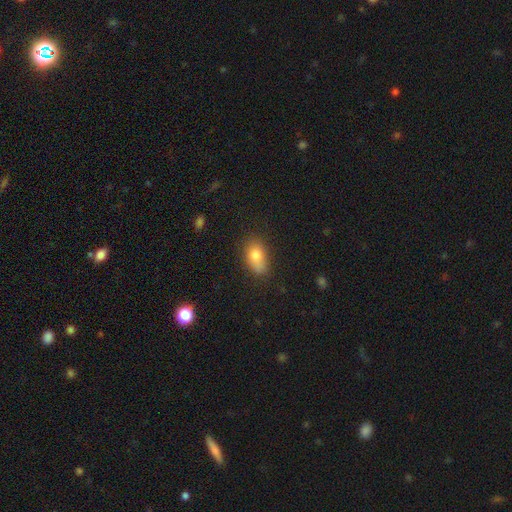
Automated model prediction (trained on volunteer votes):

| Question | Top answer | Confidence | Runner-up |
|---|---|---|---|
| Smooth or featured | smooth | 78% | featured or disk (12%) |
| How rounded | in between | 84% | round (13%) |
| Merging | none | 61% | minor disturbance (27%) |